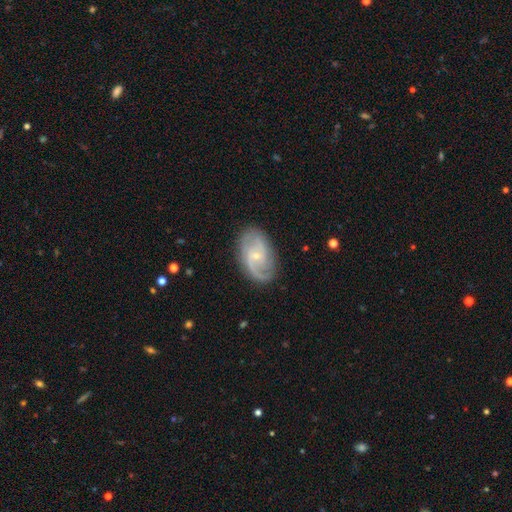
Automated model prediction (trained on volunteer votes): This is clearly a featured or disk galaxy (84%). It is clearly not viewed edge-on (97%). Bar: possibly no (54%). Spiral arm pattern: clearly yes (96%). Spiral arm count: likely 2 (70%). Spiral winding: possibly medium (49%). Central bulge: likely small (75%). Merging: likely none (79%).